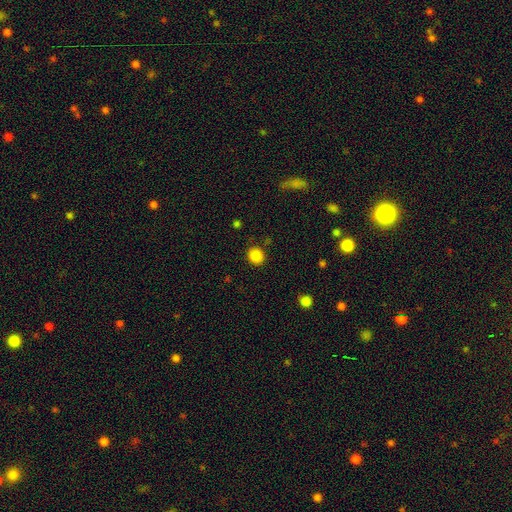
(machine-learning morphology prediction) Q: Smooth or featured?
A: smooth (86%); runner-up: star or artifact (10%)
Q: How rounded?
A: round (80%); runner-up: in between (19%)
Q: Merging?
A: none (88%); runner-up: minor disturbance (8%)